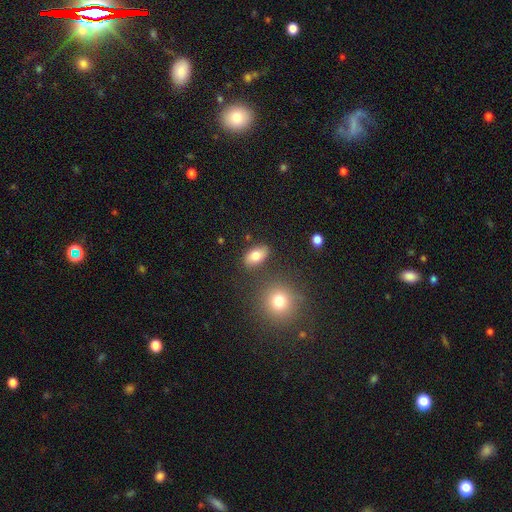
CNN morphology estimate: smooth_or_featured: smooth (p=0.79) [alt: featured or disk p=0.11]
how_rounded: in between (p=0.88) [alt: round p=0.08]
merging: none (p=0.81) [alt: minor disturbance p=0.11]